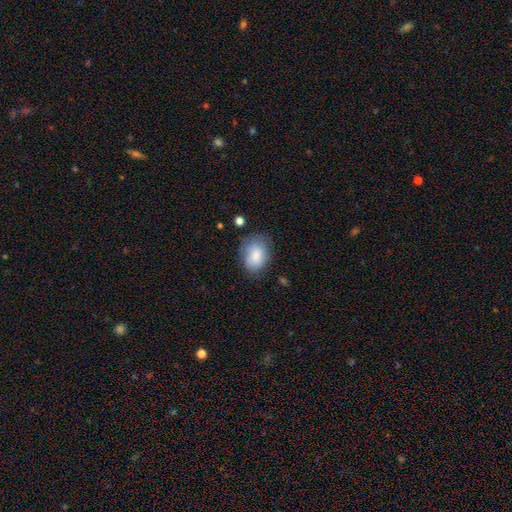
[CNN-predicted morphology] Overall: smooth (82%). How rounded: in between (75%). Merging: none (69%).